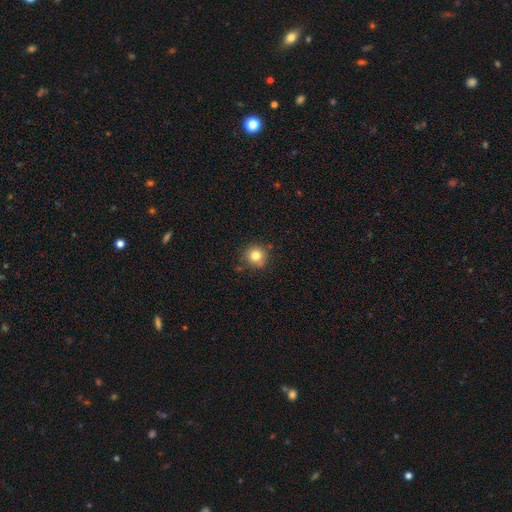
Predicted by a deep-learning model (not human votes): smooth_or_featured: smooth (p=0.81) [alt: star or artifact p=0.12]
how_rounded: round (p=0.93) [alt: in between p=0.06]
merging: none (p=0.81) [alt: minor disturbance p=0.12]